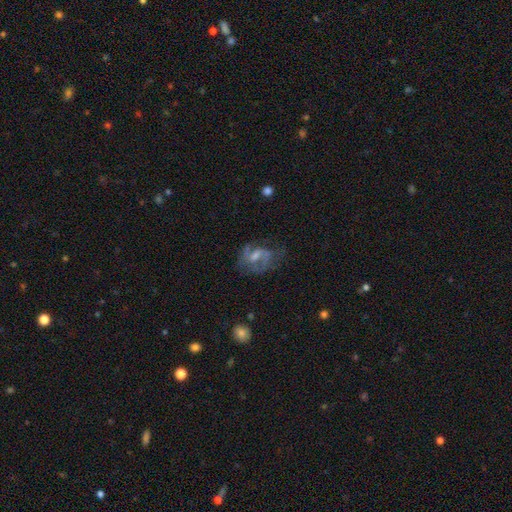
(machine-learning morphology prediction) This appears to be a featured or disk galaxy (70%) with a weak bar (49%), 2 (67%) medium (46%) spiral arms (82%) and a moderate central bulge (41%). Merging: none (56%).